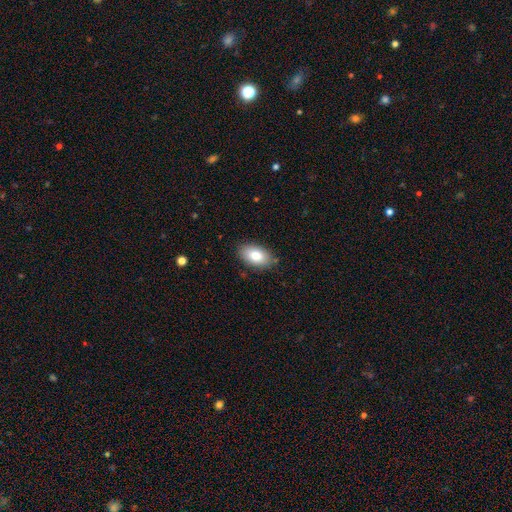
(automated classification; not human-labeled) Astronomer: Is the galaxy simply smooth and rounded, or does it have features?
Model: smooth — 81%.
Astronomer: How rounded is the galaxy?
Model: in between — 93%.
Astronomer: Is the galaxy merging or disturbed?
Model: none — 83%.